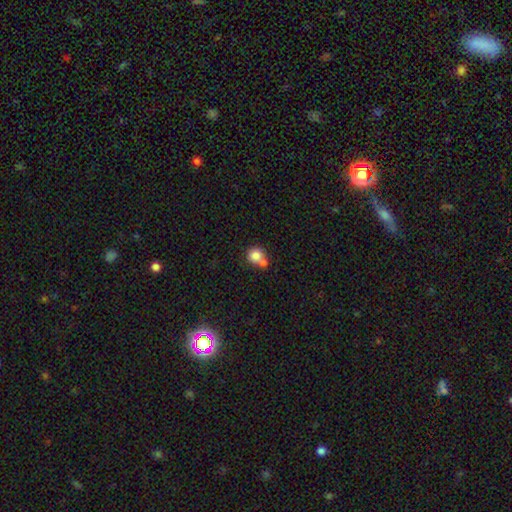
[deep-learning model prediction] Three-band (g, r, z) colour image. It shows a smooth galaxy with no disk features (80%) that is round (89%). Merging: none (46%).